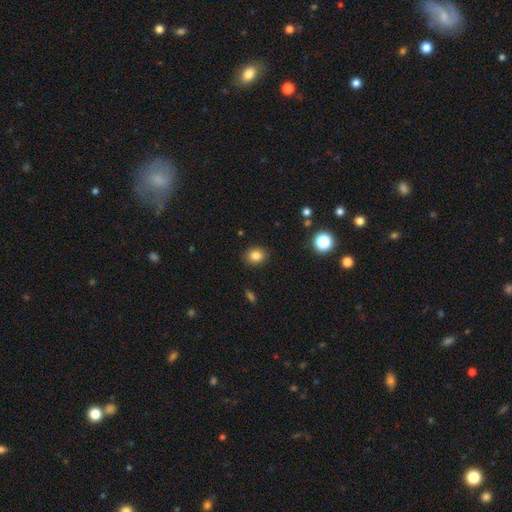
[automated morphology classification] smooth_or_featured: smooth (p=0.83) [alt: star or artifact p=0.11]
how_rounded: round (p=0.65) [alt: in between p=0.34]
merging: none (p=0.90) [alt: minor disturbance p=0.07]